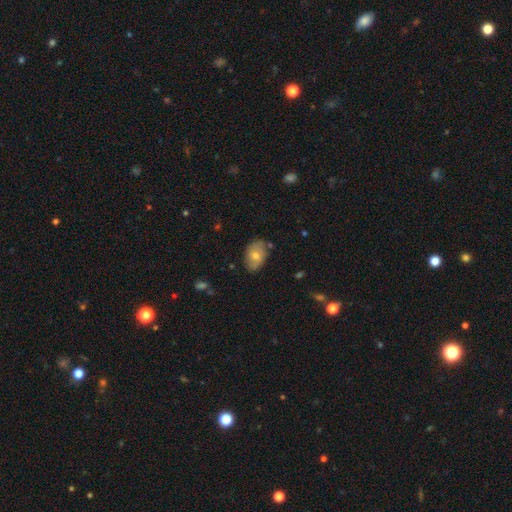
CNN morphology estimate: Q: Smooth or featured?
A: smooth (66%); runner-up: featured or disk (27%)
Q: How rounded?
A: in between (84%); runner-up: round (15%)
Q: Merging?
A: none (75%); runner-up: minor disturbance (19%)